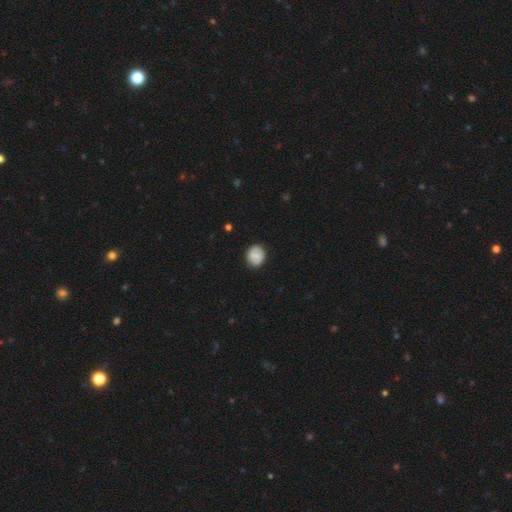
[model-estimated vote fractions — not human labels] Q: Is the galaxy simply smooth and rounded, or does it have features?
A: smooth — 70%.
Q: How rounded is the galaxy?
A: round — 67%.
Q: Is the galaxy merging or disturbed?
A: none — 86%.